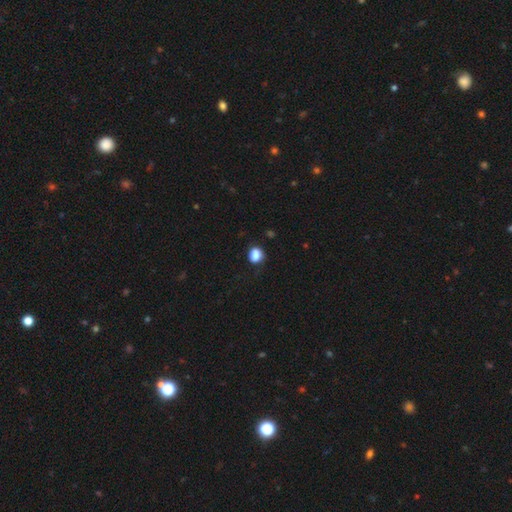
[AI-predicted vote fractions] Smooth or featured? Predicted: smooth (p=0.83). How rounded? Predicted: round (p=0.57). Merging? Predicted: none (p=0.68).